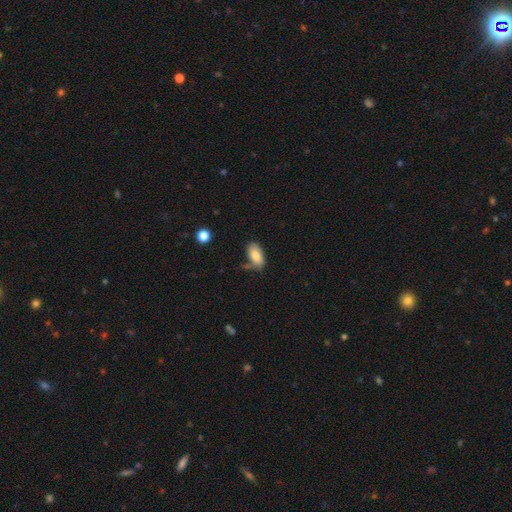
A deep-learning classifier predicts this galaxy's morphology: This is clearly a smooth galaxy (81%). How rounded: clearly in between (93%). Merging: possibly none (57%).